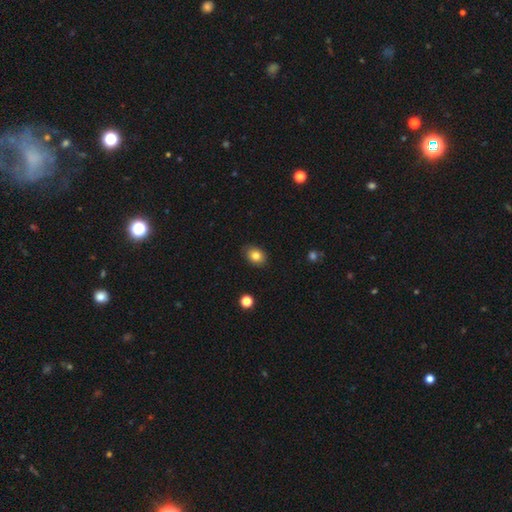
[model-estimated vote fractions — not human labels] Smooth or featured? Predicted: smooth (p=0.81). How rounded? Predicted: in between (p=0.66). Merging? Predicted: none (p=0.86).